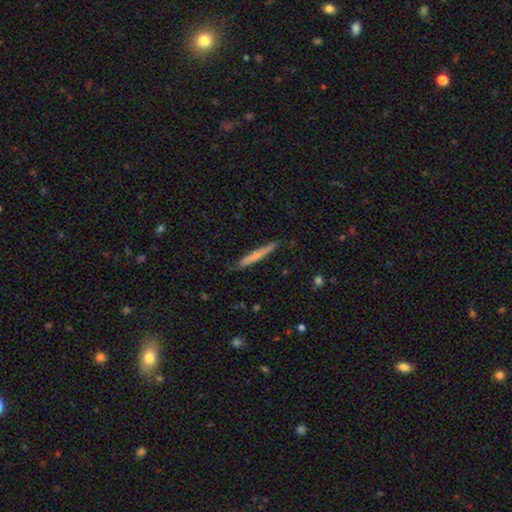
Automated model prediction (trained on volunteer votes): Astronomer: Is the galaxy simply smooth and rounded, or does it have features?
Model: smooth — 62%.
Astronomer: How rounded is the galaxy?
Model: cigar-shaped — 96%.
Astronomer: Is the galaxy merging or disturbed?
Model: none — 84%.